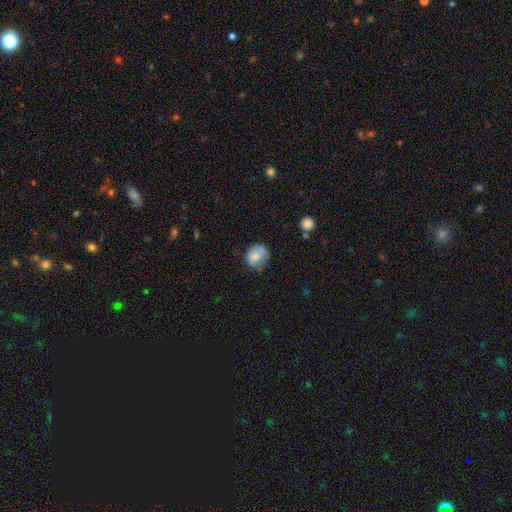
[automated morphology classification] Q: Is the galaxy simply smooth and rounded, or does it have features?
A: smooth — 75%.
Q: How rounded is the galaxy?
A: round — 63%.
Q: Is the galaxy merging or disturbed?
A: none — 53%.